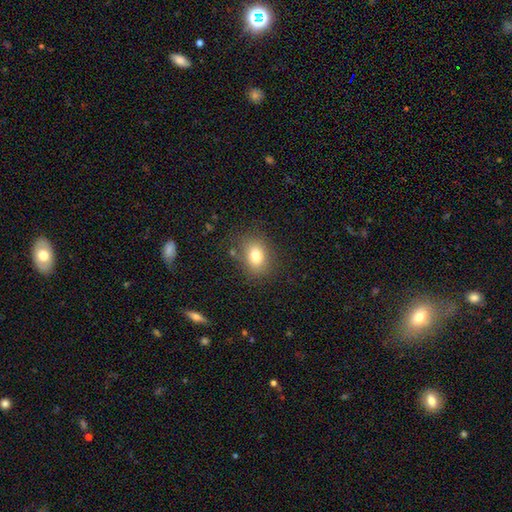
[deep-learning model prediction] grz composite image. It shows a smooth galaxy with no disk features (79%) that is in between round and cigar-shaped (64%). Merging: none (78%).